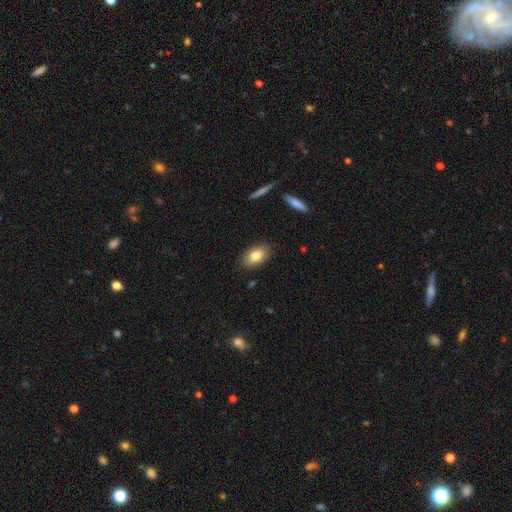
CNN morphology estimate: Smooth or featured? Predicted: smooth (p=0.81). How rounded? Predicted: in between (p=0.89). Merging? Predicted: none (p=0.87).